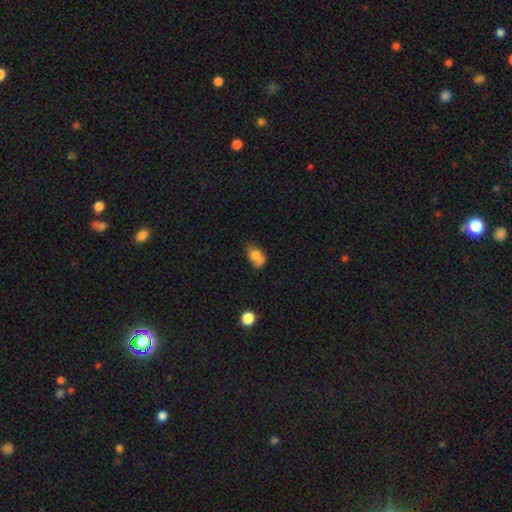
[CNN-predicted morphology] A smooth galaxy with no disk features (72%) that is in between round and cigar-shaped (75%). Merging: none (35%).